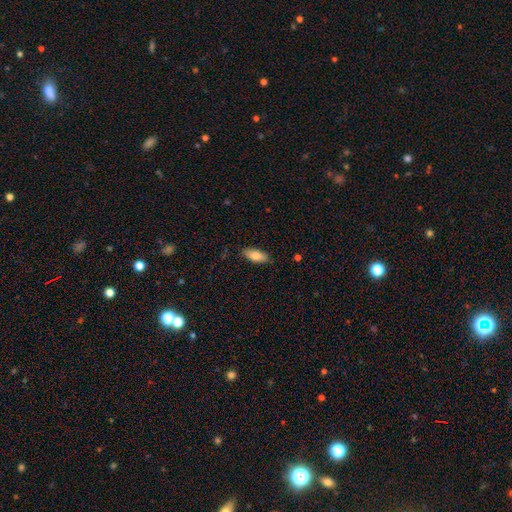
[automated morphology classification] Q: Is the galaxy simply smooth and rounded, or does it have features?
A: smooth — 80%.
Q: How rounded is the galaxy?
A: in between — 83%.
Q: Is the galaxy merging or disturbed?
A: none — 87%.